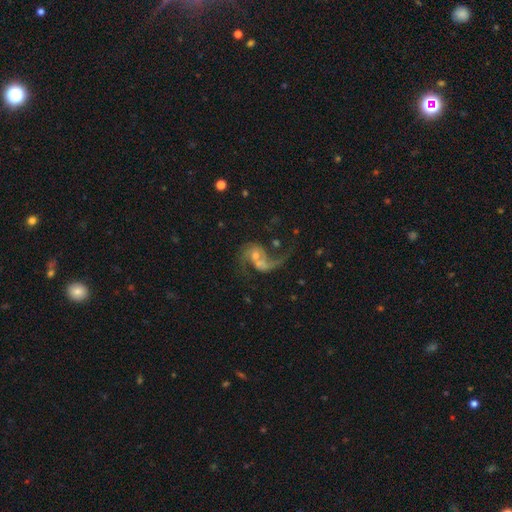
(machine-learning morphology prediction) Smooth or featured: featured or disk — 80% (smooth — 11%)
Edge-on disk: no — 98% (yes — 2%)
Bar: no — 61% (weak — 30%)
Spiral arms: yes — 90% (no — 10%)
Spiral winding: loose — 71% (medium — 24%)
Spiral arm count: 2 — 66% (1 — 26%)
Bulge size: small — 46% (moderate — 39%)
Merging: merger — 34% (none — 33%)